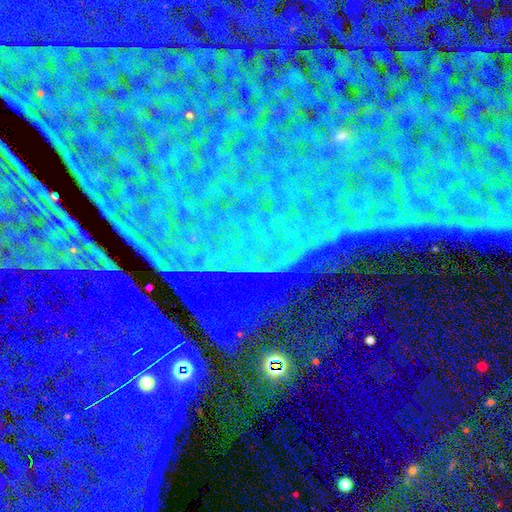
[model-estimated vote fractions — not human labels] This is clearly a star or artifact rather than a galaxy (88%).